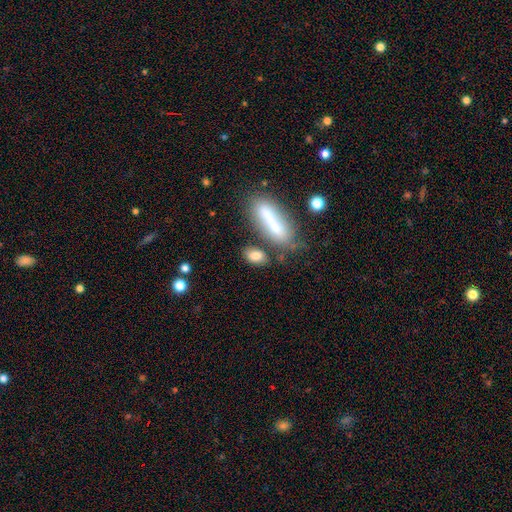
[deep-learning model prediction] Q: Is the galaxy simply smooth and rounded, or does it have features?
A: smooth — 81%.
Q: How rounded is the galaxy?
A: in between — 78%.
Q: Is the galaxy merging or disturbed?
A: none — 67%.